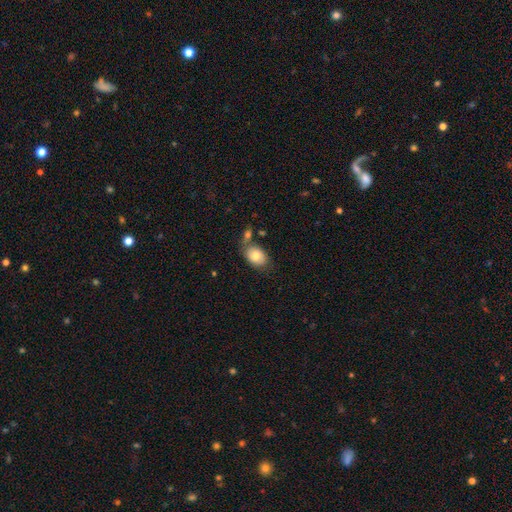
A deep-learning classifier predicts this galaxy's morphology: smooth 79%, featured or disk 14%, star or artifact 7%. Down the decision tree: how rounded — in between (79%); merging — none (54%).